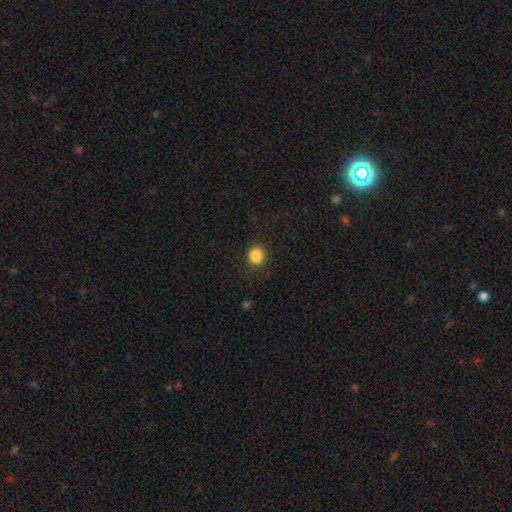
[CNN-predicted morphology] smooth-or-featured: smooth: 85% | star or artifact: 11% | featured or disk: 4%
  how-rounded: round: 56% | in between: 43% | cigar-shaped: 1%
  merging: none: 77% | minor disturbance: 16% | major disturbance: 5% | merger: 2%